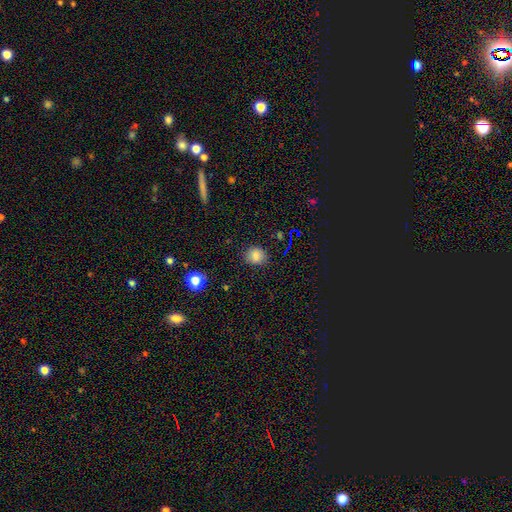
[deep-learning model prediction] This is clearly a smooth galaxy (83%). How rounded: likely round (69%). Merging: clearly none (84%).